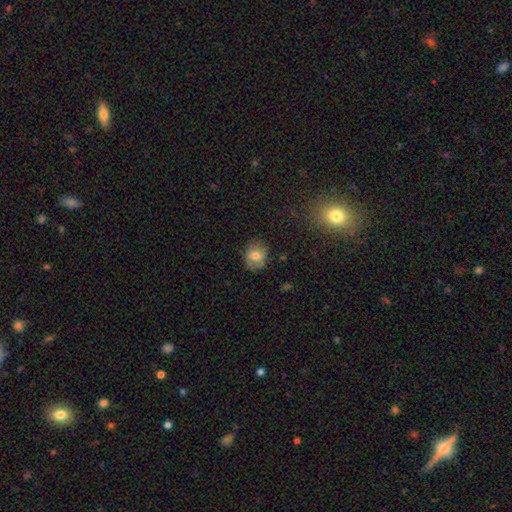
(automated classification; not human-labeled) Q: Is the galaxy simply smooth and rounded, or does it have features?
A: smooth — 68%.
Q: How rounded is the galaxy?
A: round — 61%.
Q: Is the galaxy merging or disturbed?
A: none — 79%.